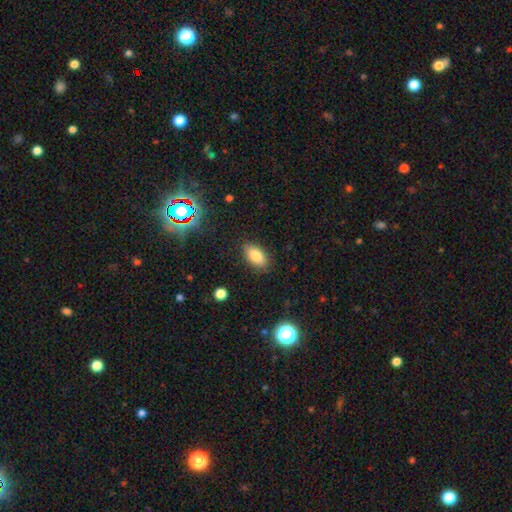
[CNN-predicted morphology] Overall: smooth (82%). How rounded: in between (90%). Merging: none (86%).